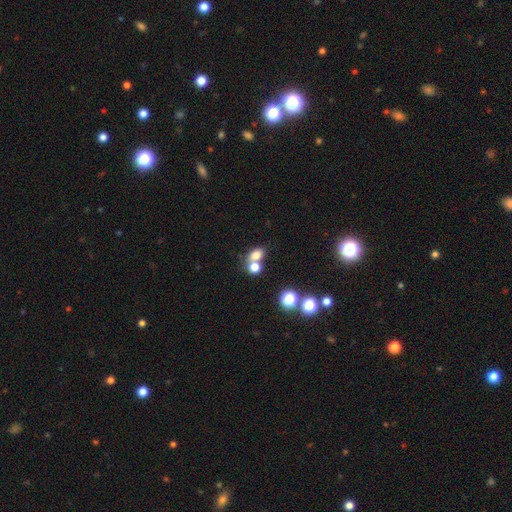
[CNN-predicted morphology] Smooth or featured? Predicted: smooth (p=0.74). How rounded? Predicted: in between (p=0.68). Merging? Predicted: merger (p=0.44).